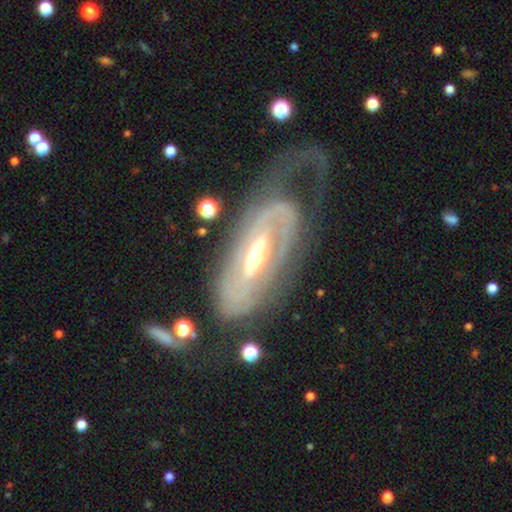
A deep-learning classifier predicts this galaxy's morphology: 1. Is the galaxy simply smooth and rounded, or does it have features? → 87% featured or disk, 8% smooth, 5% star or artifact.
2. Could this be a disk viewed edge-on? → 91% no, 9% yes.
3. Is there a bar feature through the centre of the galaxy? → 38% strong, 37% weak, 25% no.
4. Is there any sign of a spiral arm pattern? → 87% yes, 13% no.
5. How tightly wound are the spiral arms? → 58% tight, 29% medium, 13% loose.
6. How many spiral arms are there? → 39% 2, 32% can't tell, 18% 1, 6% 3, 3% 4, 3% more than 4.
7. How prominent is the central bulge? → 60% moderate, 34% small, 5% large, 1% none, 1% dominant.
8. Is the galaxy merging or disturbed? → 38% none, 37% major disturbance, 21% minor disturbance, 4% merger.